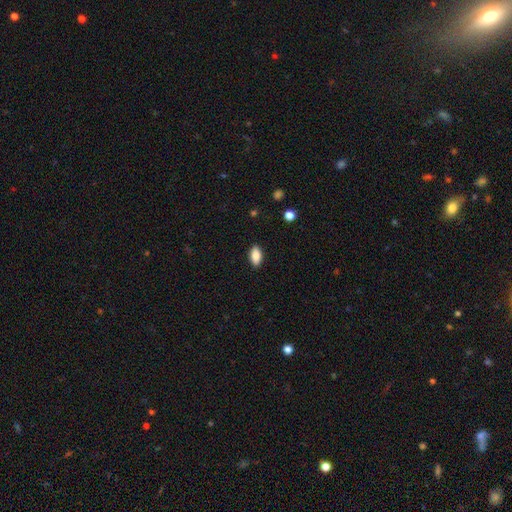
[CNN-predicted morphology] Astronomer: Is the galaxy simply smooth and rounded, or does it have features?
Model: smooth — 85%.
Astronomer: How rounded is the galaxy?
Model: in between — 91%.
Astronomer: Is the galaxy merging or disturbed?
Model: none — 89%.